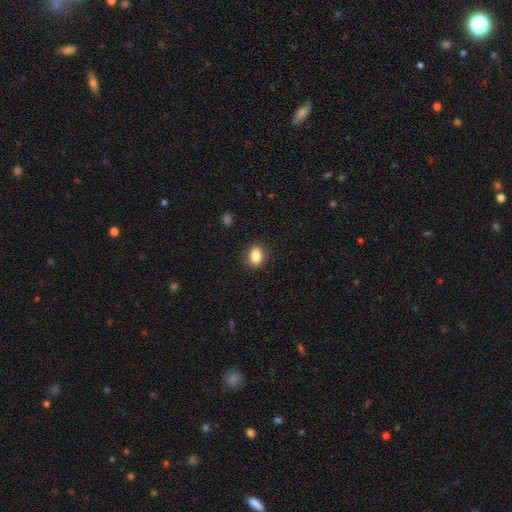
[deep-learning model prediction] This appears to be a smooth galaxy with no disk features (87%) that is in between round and cigar-shaped (78%). Merging: none (88%).